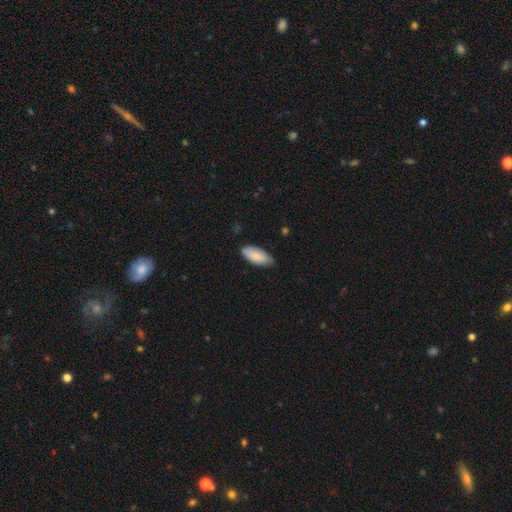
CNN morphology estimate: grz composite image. It shows a smooth galaxy with no disk features (85%) that is in between round and cigar-shaped (89%). Merging: none (73%).